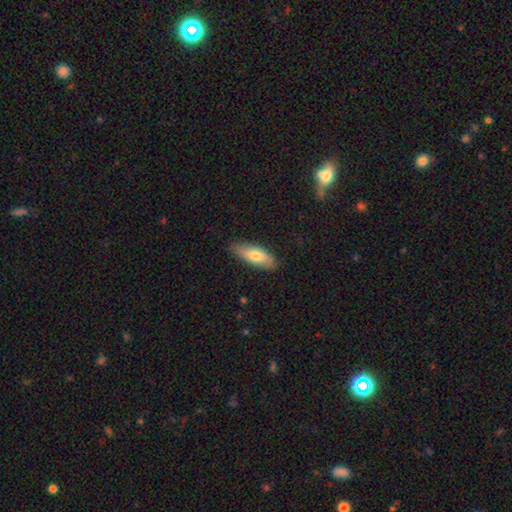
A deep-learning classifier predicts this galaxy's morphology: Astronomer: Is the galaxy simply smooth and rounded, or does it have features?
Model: smooth — 74%.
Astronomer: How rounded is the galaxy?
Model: in between — 69%.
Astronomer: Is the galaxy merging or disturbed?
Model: none — 83%.